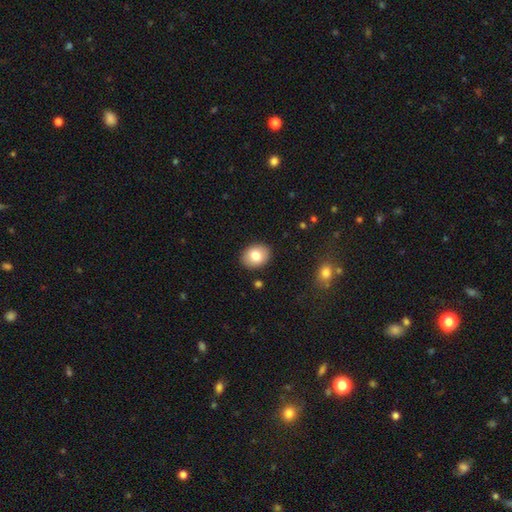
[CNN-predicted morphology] Smooth or featured? smooth (80%)
How rounded? in between (62%)
Merging? none (89%)